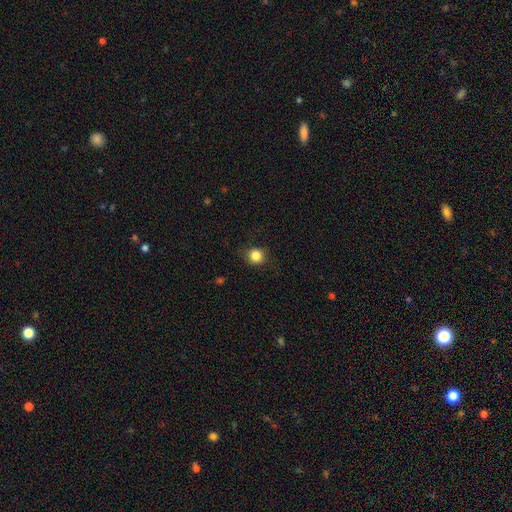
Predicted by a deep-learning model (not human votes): Smooth or featured? smooth (84%)
How rounded? round (90%)
Merging? none (85%)